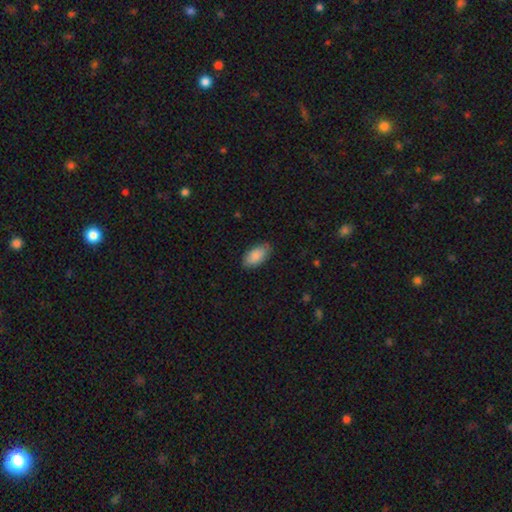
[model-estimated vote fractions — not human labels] Smooth or featured: smooth — 86% (featured or disk — 8%)
How rounded: in between — 94% (cigar-shaped — 4%)
Merging: none — 82% (minor disturbance — 15%)